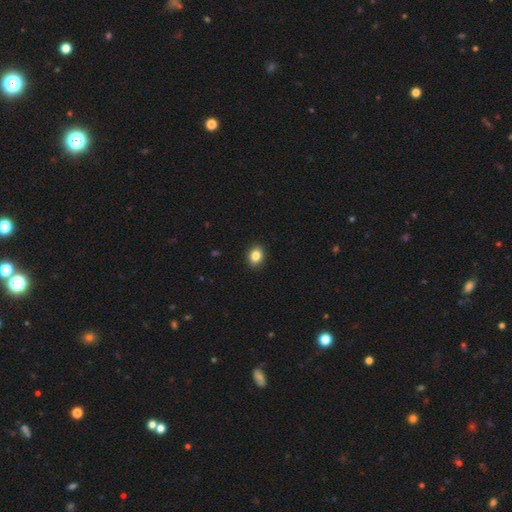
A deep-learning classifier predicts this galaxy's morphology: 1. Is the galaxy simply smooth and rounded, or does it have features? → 85% smooth, 9% star or artifact, 5% featured or disk.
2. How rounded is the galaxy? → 61% in between, 38% round, 1% cigar-shaped.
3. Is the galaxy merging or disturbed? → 91% none, 6% minor disturbance, 2% major disturbance, 1% merger.